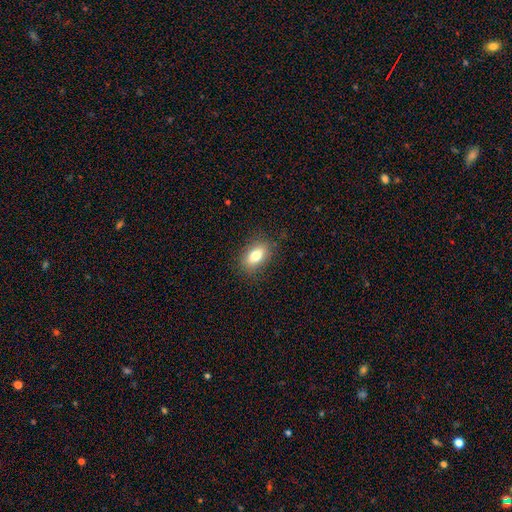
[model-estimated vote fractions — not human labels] A smooth galaxy with no disk features (79%) that is in between round and cigar-shaped (85%). Merging: none (84%).